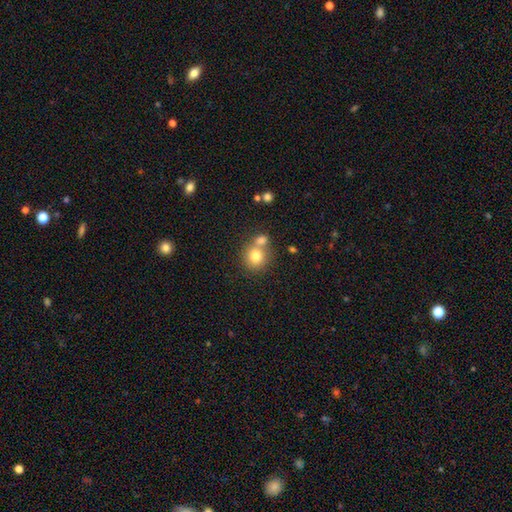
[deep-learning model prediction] Smooth or featured? smooth (78%)
How rounded? round (85%)
Merging? none (49%)